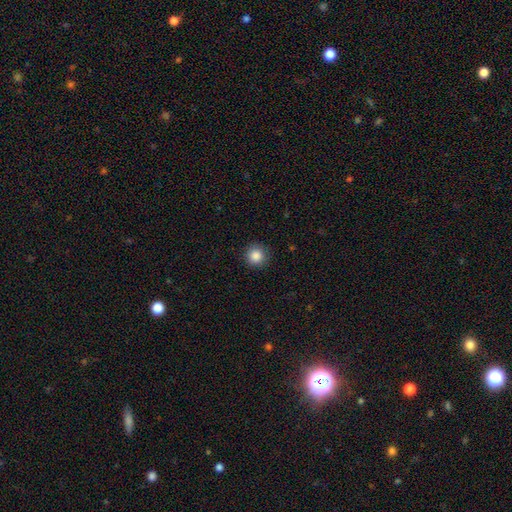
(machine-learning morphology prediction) Overall: smooth (86%). How rounded: round (94%). Merging: none (89%).